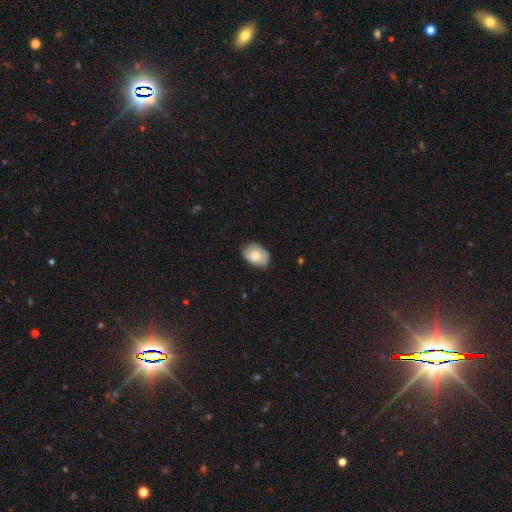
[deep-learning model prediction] Morphology: type=smooth (69%); roundness=in between (75%); merging=none (69%).